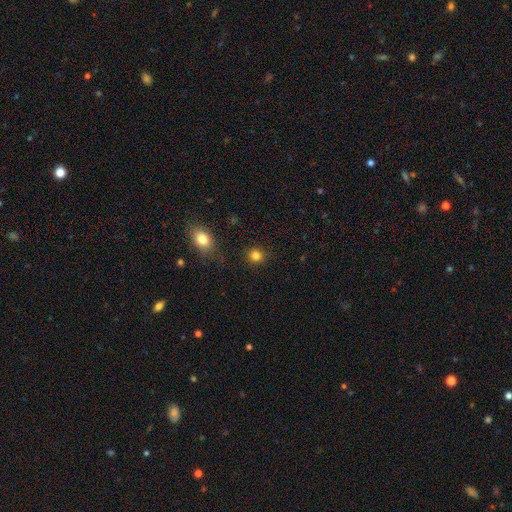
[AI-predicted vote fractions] A smooth galaxy with no disk features (83%) that is round (90%).

Vote fractions:
- Smooth or featured? smooth: 83% / star or artifact: 13% / featured or disk: 4%
- How rounded? round: 90% / in between: 9% / cigar-shaped: 1%
- Merging? none: 89% / minor disturbance: 7% / major disturbance: 2% / merger: 2%